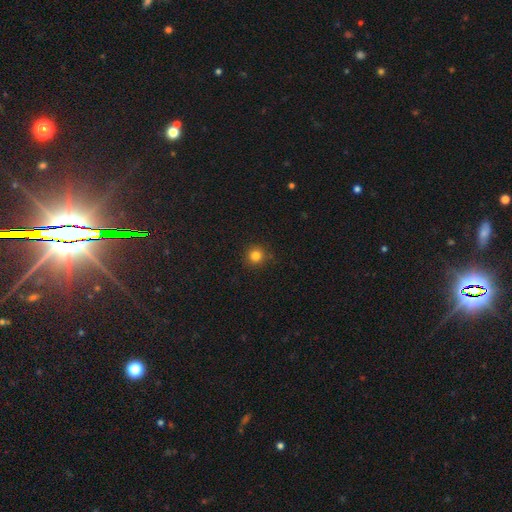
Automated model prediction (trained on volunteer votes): Overall: smooth (82%). How rounded: round (94%). Merging: none (89%).